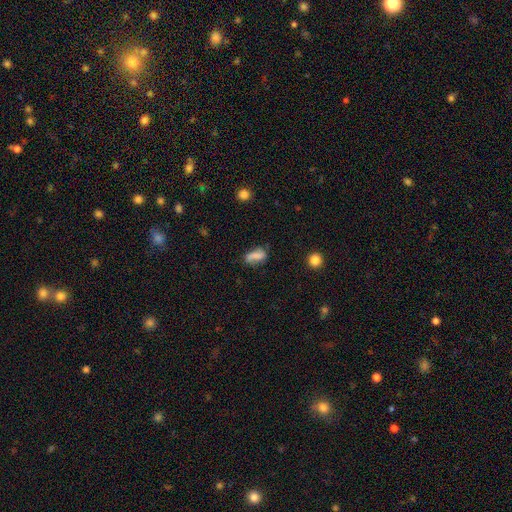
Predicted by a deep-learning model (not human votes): Overall: smooth (70%). How rounded: in between (79%). Merging: none (51%; minor disturbance 28%).